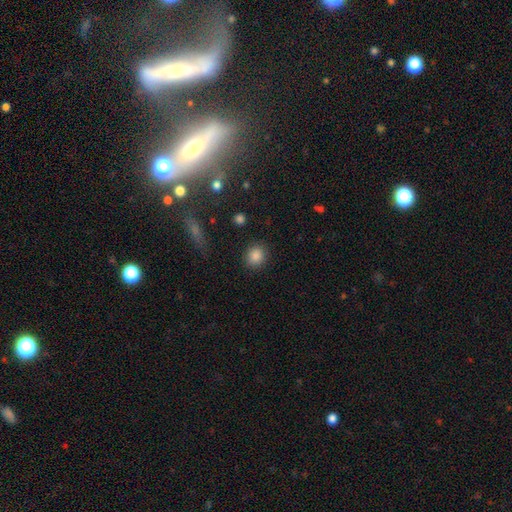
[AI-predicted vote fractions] The model was most divided on "how rounded": round: 79%, in between: 20%, cigar-shaped: 1%. More confident: merging — none (87%); smooth or featured — smooth (87%).